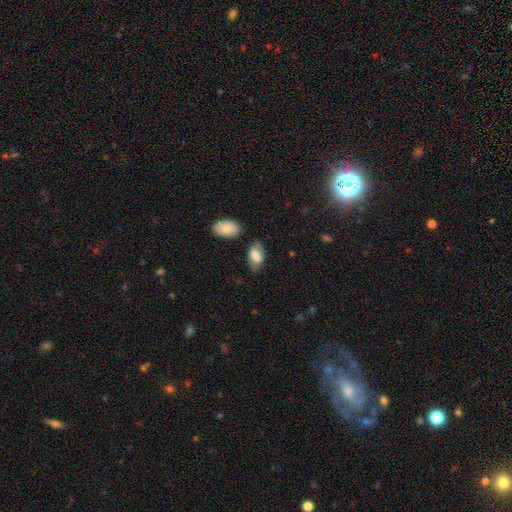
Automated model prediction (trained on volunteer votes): A smooth galaxy with no disk features (74%) that is in between round and cigar-shaped (93%).

Vote fractions:
- Smooth or featured? smooth: 74% / featured or disk: 19% / star or artifact: 7%
- How rounded? in between: 93% / round: 4% / cigar-shaped: 3%
- Merging? none: 68% / minor disturbance: 21% / major disturbance: 6% / merger: 5%